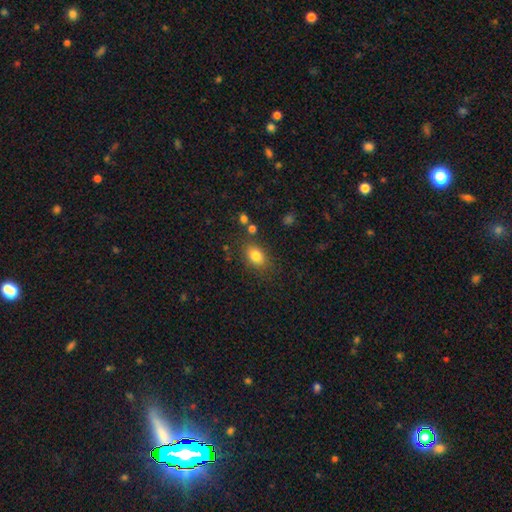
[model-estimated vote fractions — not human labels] A smooth galaxy with no disk features (82%) that is in between round and cigar-shaped (80%). Merging: none (78%).